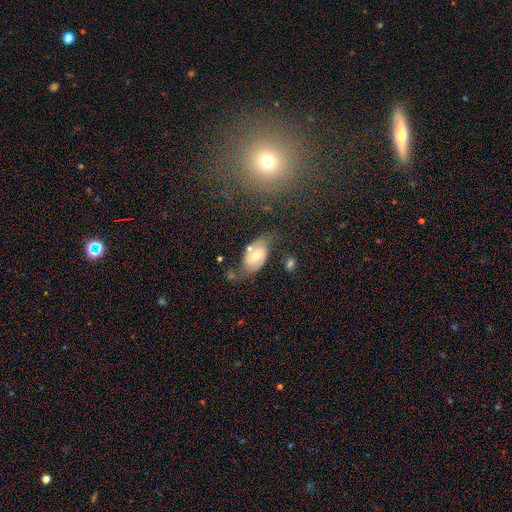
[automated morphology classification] This is possibly a featured or disk galaxy (55%). It is clearly not viewed edge-on (95%). Bar: likely no (72%). Spiral arm pattern: likely yes (72%). Central bulge: likely moderate (62%). Merging: marginally none (44%).